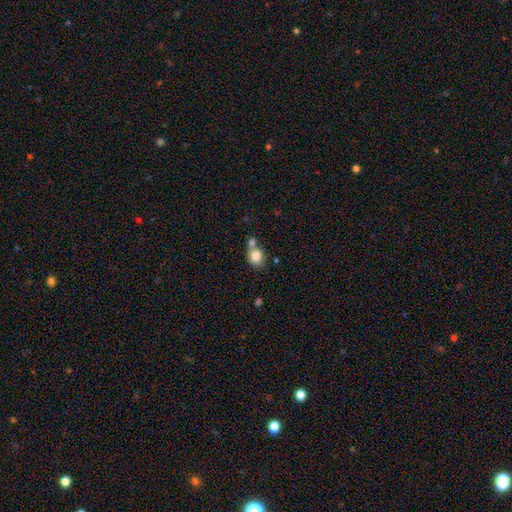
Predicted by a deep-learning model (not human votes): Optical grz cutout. It shows a smooth galaxy with no disk features (82%) that is round (67%). Merging: none (43%).